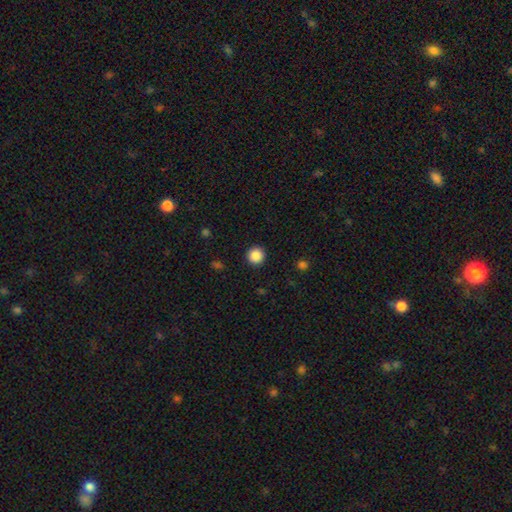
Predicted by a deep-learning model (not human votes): A smooth galaxy with no disk features (87%) that is round (96%). Merging: none (93%).